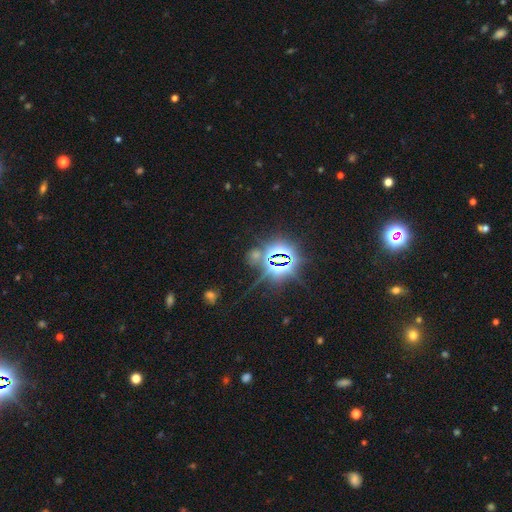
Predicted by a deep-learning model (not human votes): A star or artifact, not a galaxy (79%).